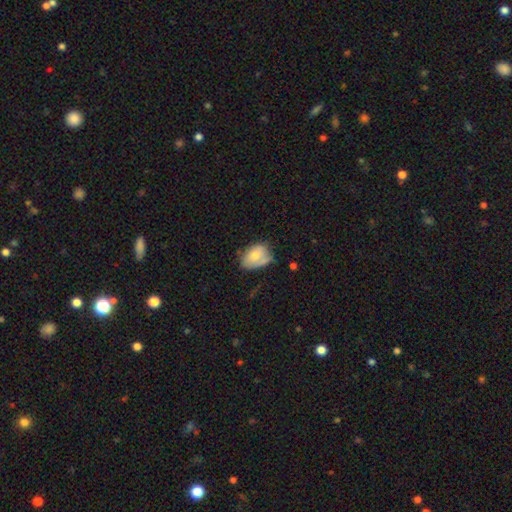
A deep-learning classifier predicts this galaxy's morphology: A smooth galaxy with no disk features (69%) that is in between round and cigar-shaped (79%).

Vote fractions:
- Smooth or featured? smooth: 69% / featured or disk: 24% / star or artifact: 7%
- How rounded? in between: 79% / round: 20% / cigar-shaped: 1%
- Merging? none: 45% / minor disturbance: 38% / major disturbance: 12% / merger: 5%